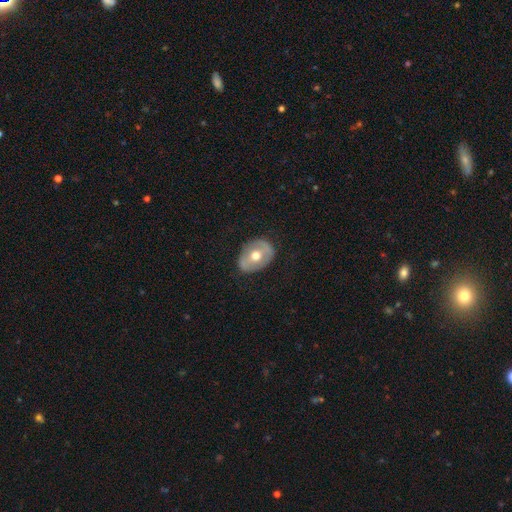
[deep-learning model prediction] Morphology: type=featured or disk (48%); merging=none (80%).